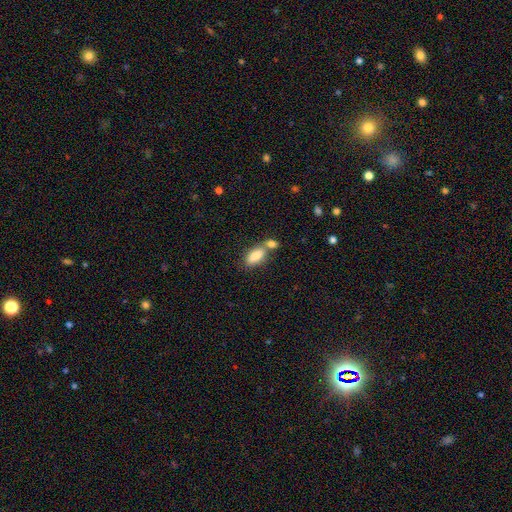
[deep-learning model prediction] Q: Smooth or featured?
A: smooth (85%); runner-up: featured or disk (8%)
Q: How rounded?
A: in between (86%); runner-up: cigar-shaped (10%)
Q: Merging?
A: merger (45%); runner-up: none (40%)